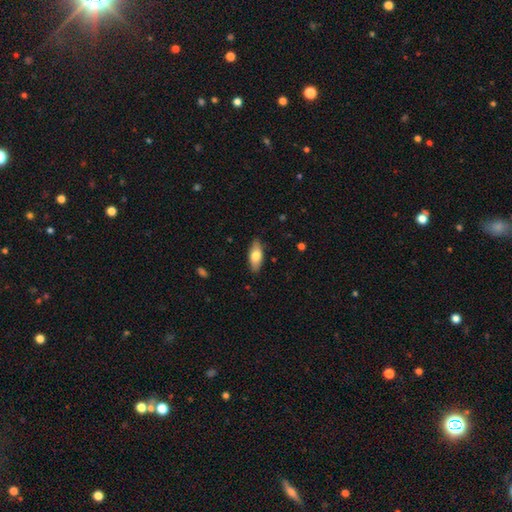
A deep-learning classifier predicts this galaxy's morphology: Smooth or featured? Predicted: smooth (p=0.73). How rounded? Predicted: in between (p=0.81). Merging? Predicted: none (p=0.86).